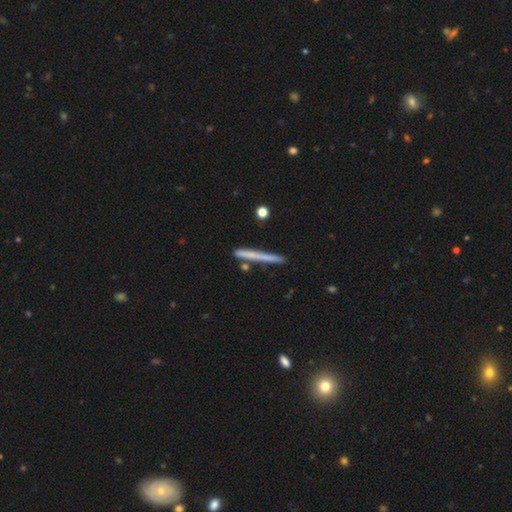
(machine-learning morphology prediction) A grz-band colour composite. It shows a smooth galaxy with no disk features (56%) that is cigar-shaped (96%). Merging: none (85%).